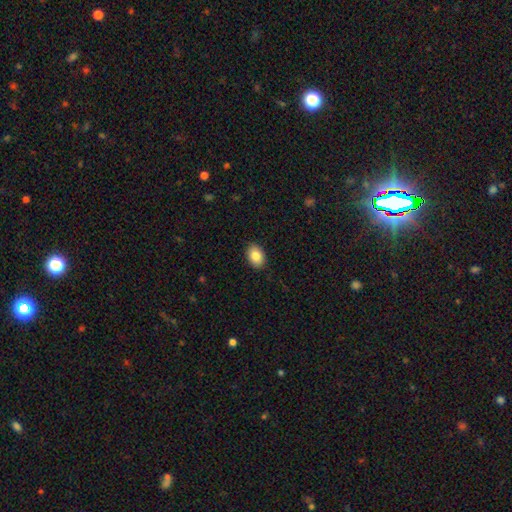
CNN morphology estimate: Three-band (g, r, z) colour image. It shows a smooth galaxy with no disk features (86%) that is in between round and cigar-shaped (81%). Merging: none (89%).